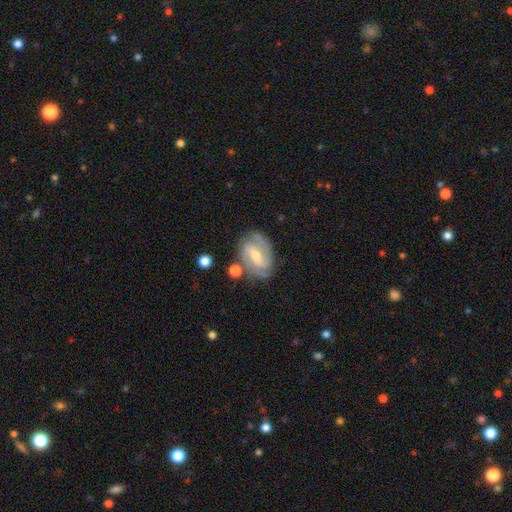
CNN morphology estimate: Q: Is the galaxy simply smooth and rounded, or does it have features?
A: featured or disk — 80%.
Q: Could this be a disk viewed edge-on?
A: no — 96%.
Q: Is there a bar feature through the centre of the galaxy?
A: weak — 48%.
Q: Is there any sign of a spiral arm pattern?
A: yes — 94%.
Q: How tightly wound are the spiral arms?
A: medium — 46%.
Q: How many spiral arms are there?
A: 2 — 63%.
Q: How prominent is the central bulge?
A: small — 47%, tied with moderate.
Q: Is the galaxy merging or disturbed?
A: none — 72%.